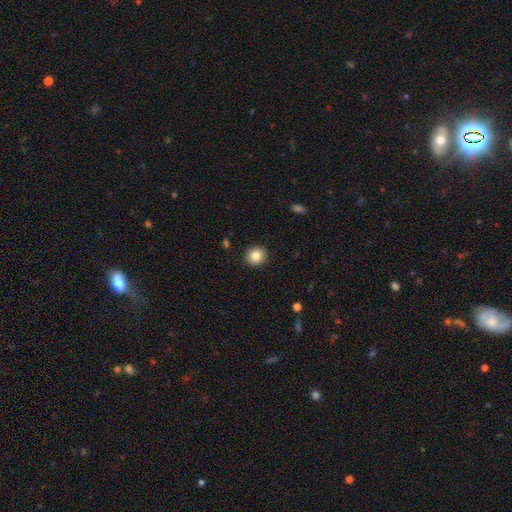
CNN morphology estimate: Smooth or featured?
  - smooth: 84% *
  - star or artifact: 9%
  - featured or disk: 7%
How rounded?
  - round: 90% *
  - in between: 9%
  - cigar-shaped: 1%
Merging?
  - none: 92% *
  - minor disturbance: 5%
  - major disturbance: 2%
  - merger: 1%